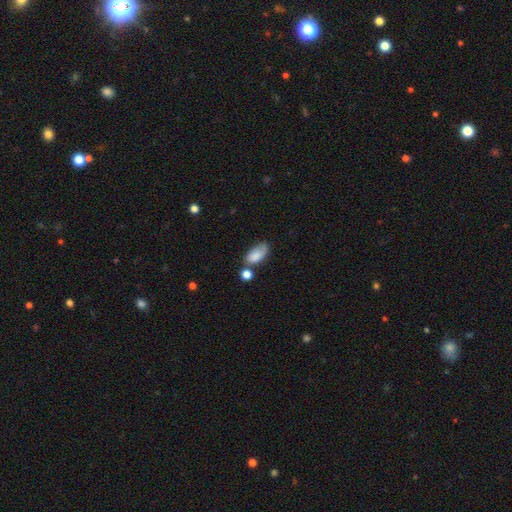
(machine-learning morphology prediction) A smooth galaxy with no disk features (80%) that is in between round and cigar-shaped (91%). Merging: none (44%).